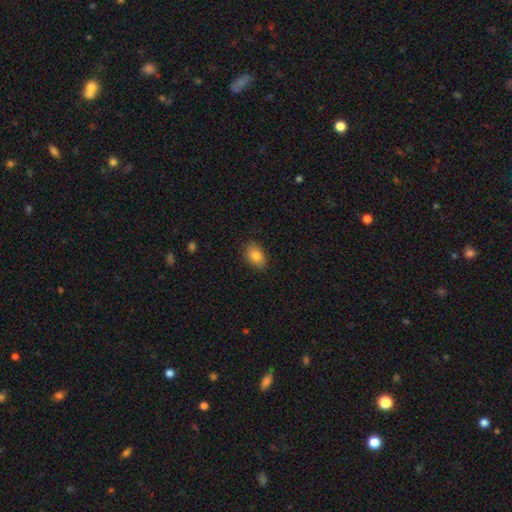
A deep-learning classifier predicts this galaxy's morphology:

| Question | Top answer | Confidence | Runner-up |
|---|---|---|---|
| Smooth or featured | smooth | 84% | star or artifact (8%) |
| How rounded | in between | 85% | round (14%) |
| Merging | none | 85% | minor disturbance (12%) |